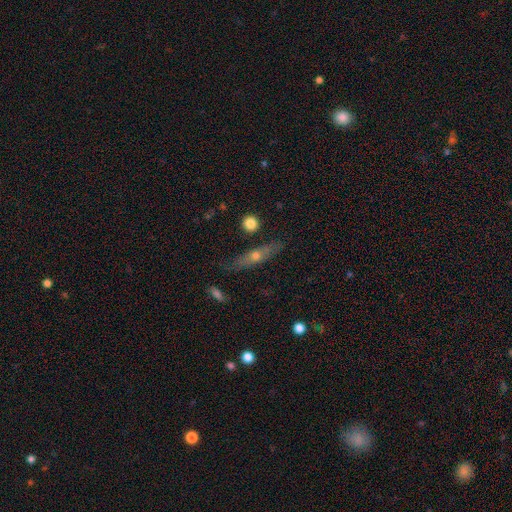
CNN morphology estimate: smooth_or_featured: featured or disk (p=0.54) [alt: smooth p=0.38]
disk_edge_on: yes (p=0.83) [alt: no p=0.17]
merging: none (p=0.80) [alt: minor disturbance p=0.13]